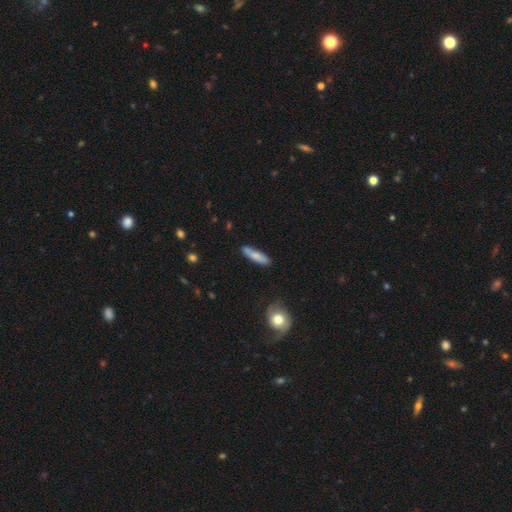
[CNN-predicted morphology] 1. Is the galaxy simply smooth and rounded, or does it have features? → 72% smooth, 22% featured or disk, 6% star or artifact.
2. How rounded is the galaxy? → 71% cigar-shaped, 27% in between, 2% round.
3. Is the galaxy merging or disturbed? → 77% none, 16% minor disturbance, 4% merger, 3% major disturbance.